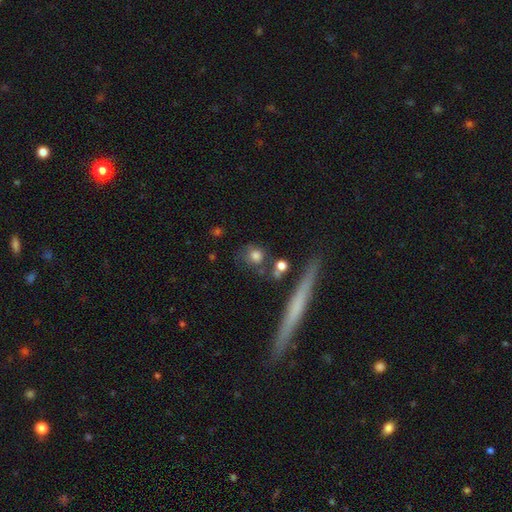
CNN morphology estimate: Smooth or featured? smooth (74%)
How rounded? round (81%)
Merging? none (65%)